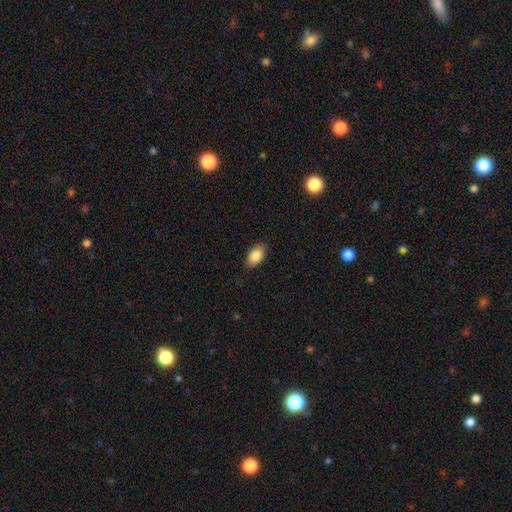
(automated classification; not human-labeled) Morphology: type=smooth (85%); roundness=in between (91%); merging=none (86%).